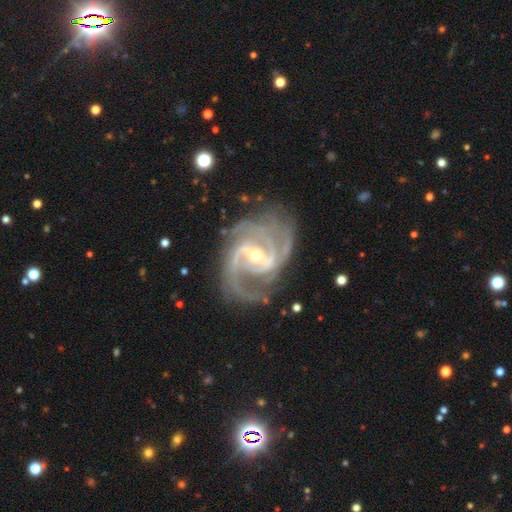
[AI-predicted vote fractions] A featured or disk galaxy (93%) with a weak bar (46%), 2 (44%) medium (52%) spiral arms (98%) and a small central bulge (58%). Merging: none (71%).